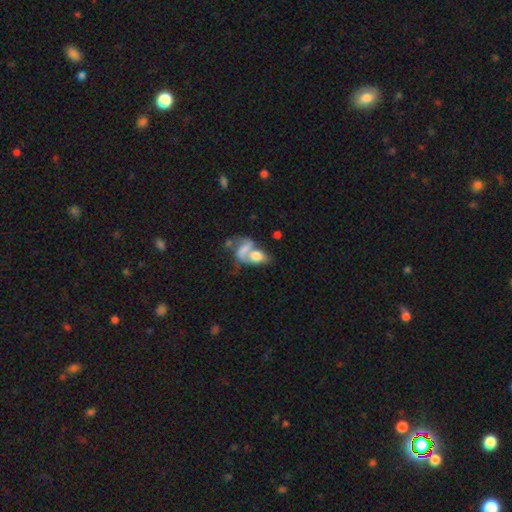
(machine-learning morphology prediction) Overall: smooth (51%; featured or disk 39%). How rounded: in between (80%). Merging: merger (61%).